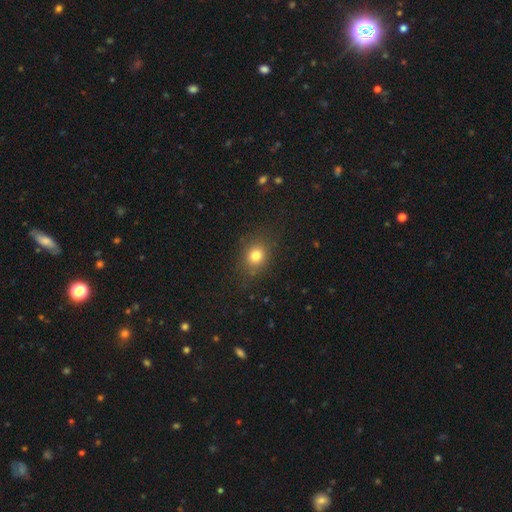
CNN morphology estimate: Q: Smooth or featured?
A: smooth (79%); runner-up: star or artifact (13%)
Q: How rounded?
A: round (65%); runner-up: in between (34%)
Q: Merging?
A: none (82%); runner-up: minor disturbance (12%)